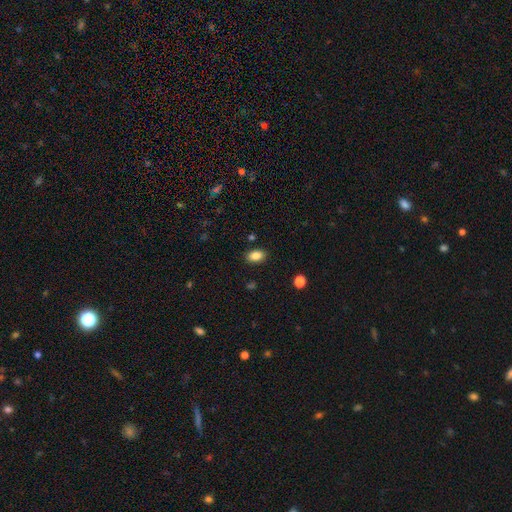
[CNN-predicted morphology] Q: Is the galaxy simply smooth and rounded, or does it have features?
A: smooth — 86%.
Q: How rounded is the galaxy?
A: in between — 88%.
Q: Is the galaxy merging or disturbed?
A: none — 87%.